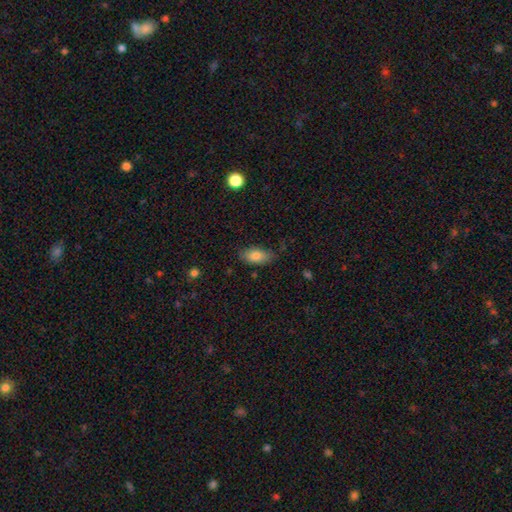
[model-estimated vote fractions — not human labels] smooth_or_featured: smooth (p=0.81) [alt: featured or disk p=0.11]
how_rounded: in between (p=0.90) [alt: cigar-shaped p=0.06]
merging: none (p=0.75) [alt: minor disturbance p=0.20]